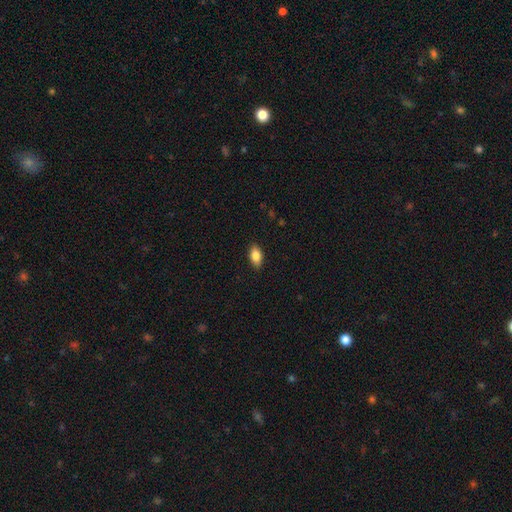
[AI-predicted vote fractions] smooth-or-featured: smooth: 85% | featured or disk: 8% | star or artifact: 7%
  how-rounded: in between: 90% | round: 5% | cigar-shaped: 5%
  merging: none: 88% | minor disturbance: 9% | major disturbance: 2% | merger: 1%